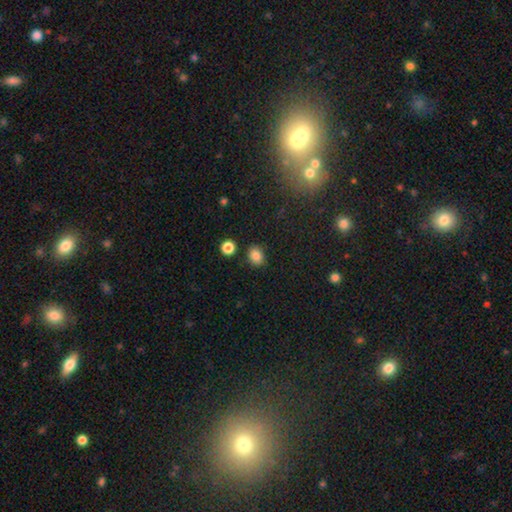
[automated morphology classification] Smooth or featured? smooth (84%)
How rounded? in between (56%)
Merging? none (82%)